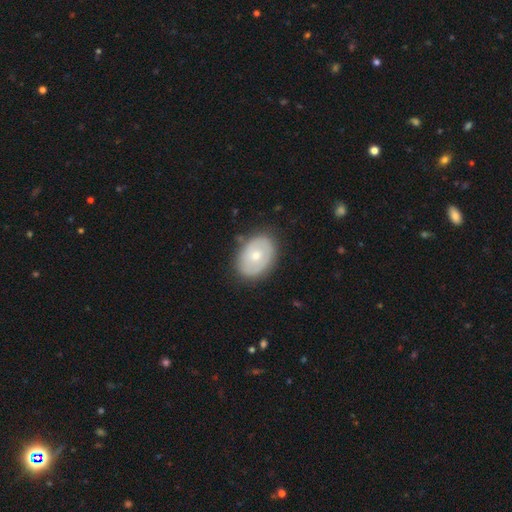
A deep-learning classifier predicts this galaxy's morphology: smooth_or_featured: smooth (p=0.49) [alt: featured or disk p=0.45]
merging: none (p=0.80) [alt: minor disturbance p=0.15]